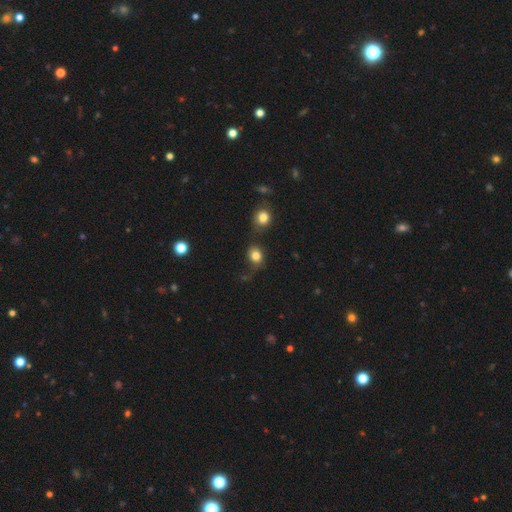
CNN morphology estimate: This is clearly a smooth galaxy (81%). How rounded: likely round (65%). Merging: likely none (64%).